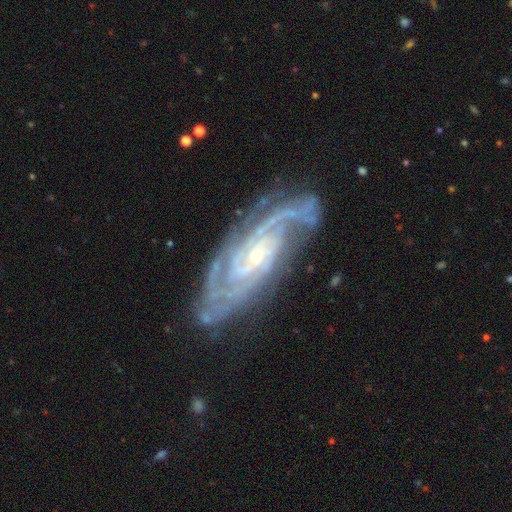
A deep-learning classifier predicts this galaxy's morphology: smooth_or_featured: featured or disk (p=0.92) [alt: star or artifact p=0.05]
disk_edge_on: no (p=0.94) [alt: yes p=0.06]
bar: no (p=0.55) [alt: weak p=0.32]
has_spiral_arms: yes (p=0.99) [alt: no p=0.01]
spiral_winding: tight (p=0.68) [alt: medium p=0.28]
spiral_arm_count: 2 (p=0.30) [alt: 3 p=0.25]
bulge_size: small (p=0.74) [alt: moderate p=0.21]
merging: none (p=0.77) [alt: minor disturbance p=0.16]